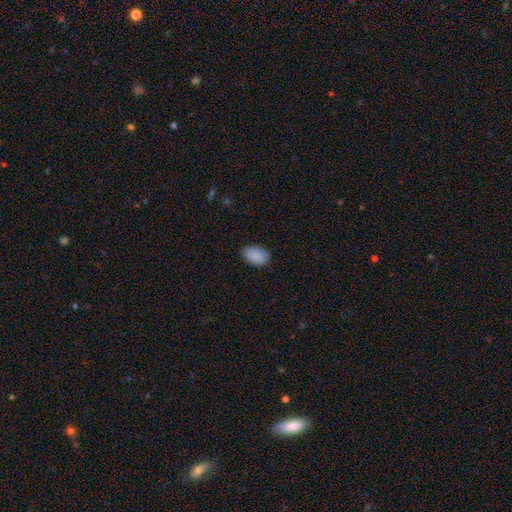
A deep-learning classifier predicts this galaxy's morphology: This is clearly a smooth galaxy (90%). How rounded: clearly in between (90%). Merging: clearly none (84%).